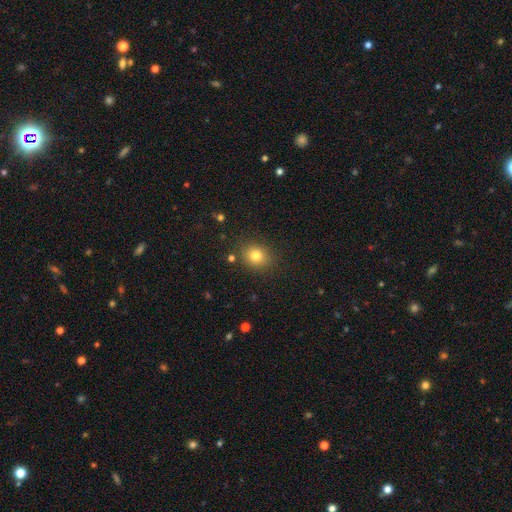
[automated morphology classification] Smooth or featured: smooth — 80% (star or artifact — 13%)
How rounded: round — 68% (in between — 31%)
Merging: none — 85% (minor disturbance — 9%)